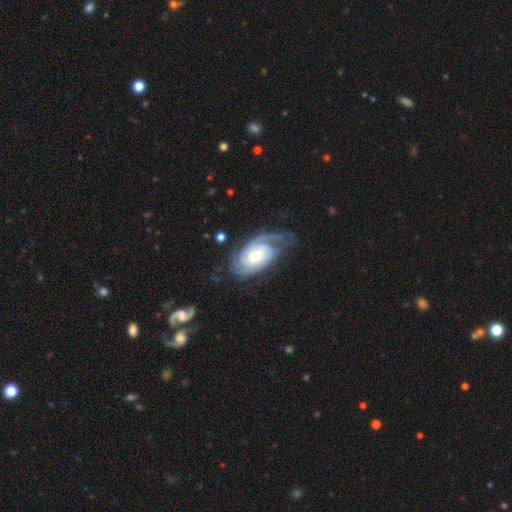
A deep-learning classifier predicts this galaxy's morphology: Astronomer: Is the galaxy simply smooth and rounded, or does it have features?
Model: featured or disk — 87%.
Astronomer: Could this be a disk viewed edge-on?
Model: no — 96%.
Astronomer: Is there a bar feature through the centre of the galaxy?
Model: no — 58% (runner-up: weak, 34%).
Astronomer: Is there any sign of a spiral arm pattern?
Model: yes — 97%.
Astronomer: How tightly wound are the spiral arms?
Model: tight — 62%.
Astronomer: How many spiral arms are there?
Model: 2 — 32% (runner-up: can't tell, 26%).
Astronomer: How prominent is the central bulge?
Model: moderate — 54% (runner-up: small, 32%).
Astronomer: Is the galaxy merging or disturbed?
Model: none — 62%.